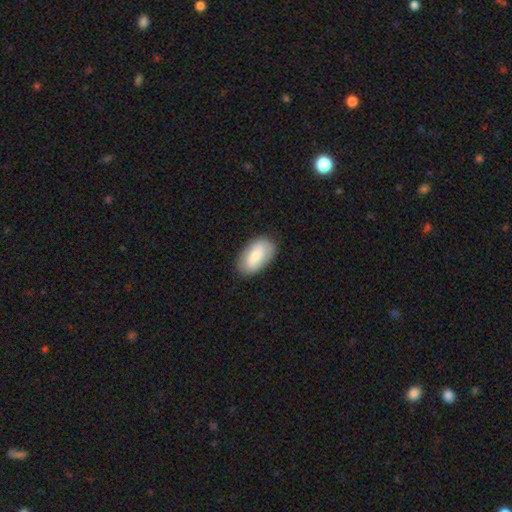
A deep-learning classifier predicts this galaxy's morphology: Q: Smooth or featured?
A: smooth (68%); runner-up: featured or disk (26%)
Q: How rounded?
A: in between (94%); runner-up: round (5%)
Q: Merging?
A: none (83%); runner-up: minor disturbance (13%)